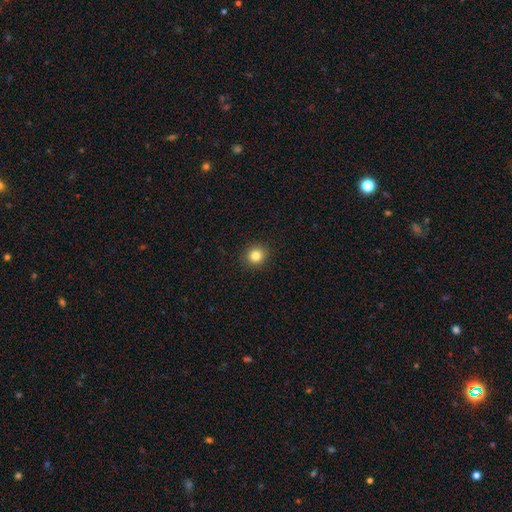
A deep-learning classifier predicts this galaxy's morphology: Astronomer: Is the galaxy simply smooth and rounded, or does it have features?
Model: smooth — 83%.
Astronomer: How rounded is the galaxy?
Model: round — 90%.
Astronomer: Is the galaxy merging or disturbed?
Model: none — 92%.